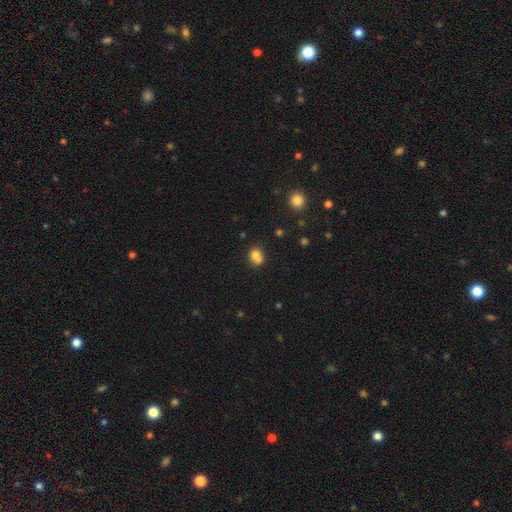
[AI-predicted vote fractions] The model was most divided on "merging": merger: 48%, none: 34%, minor disturbance: 12%, major disturbance: 5%. More confident: smooth or featured — smooth (74%); how rounded — round (60%).